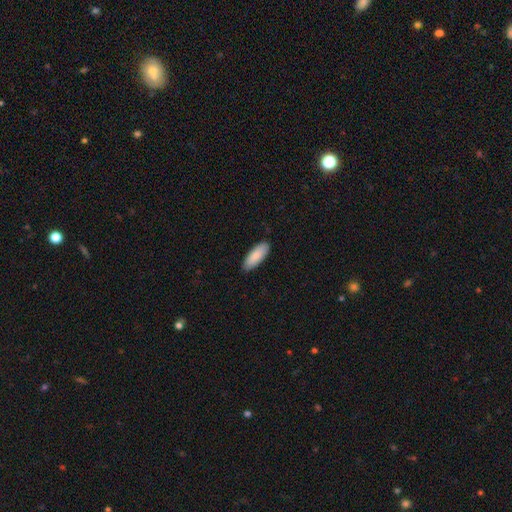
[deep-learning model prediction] smooth_or_featured: smooth (p=0.87) [alt: featured or disk p=0.07]
how_rounded: in between (p=0.75) [alt: cigar-shaped p=0.23]
merging: none (p=0.89) [alt: minor disturbance p=0.09]